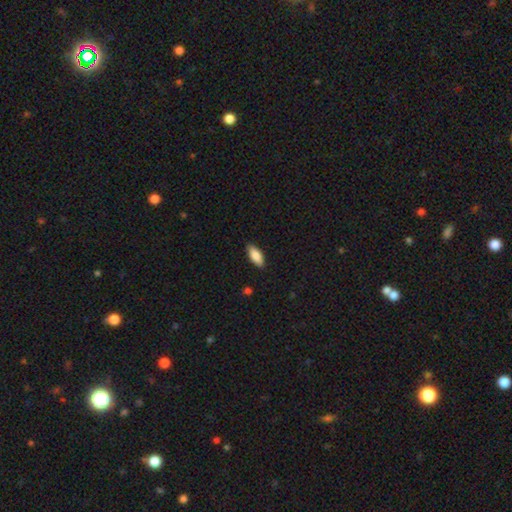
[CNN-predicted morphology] smooth-or-featured: smooth: 85% | featured or disk: 9% | star or artifact: 6%
  how-rounded: in between: 82% | cigar-shaped: 16% | round: 2%
  merging: none: 88% | minor disturbance: 9% | major disturbance: 2% | merger: 1%